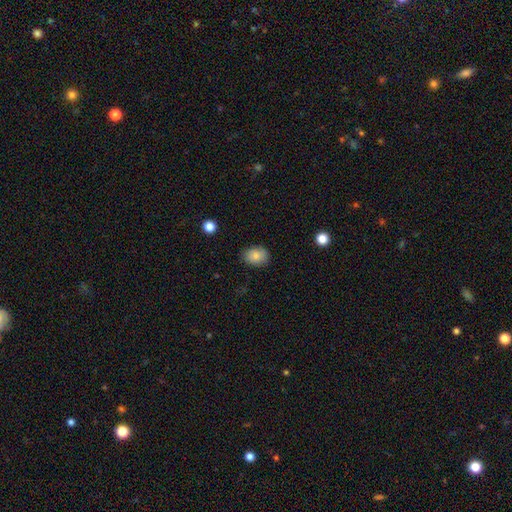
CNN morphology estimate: Smooth or featured? Predicted: smooth (p=0.84). How rounded? Predicted: in between (p=0.70). Merging? Predicted: none (p=0.83).